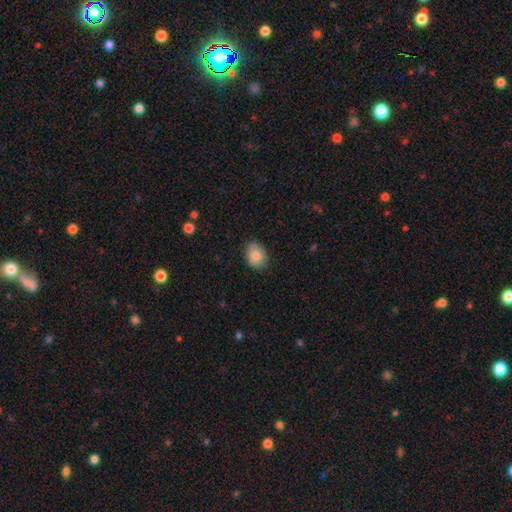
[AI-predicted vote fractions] Smooth or featured?
  - smooth: 83% *
  - featured or disk: 10%
  - star or artifact: 8%
How rounded?
  - in between: 61% *
  - round: 38%
  - cigar-shaped: 1%
Merging?
  - none: 74% *
  - minor disturbance: 20%
  - major disturbance: 4%
  - merger: 1%